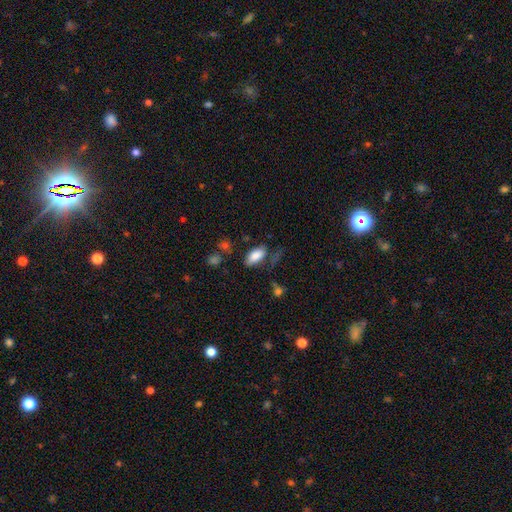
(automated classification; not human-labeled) This is clearly a smooth galaxy (84%). How rounded: clearly in between (92%). Merging: likely none (68%).